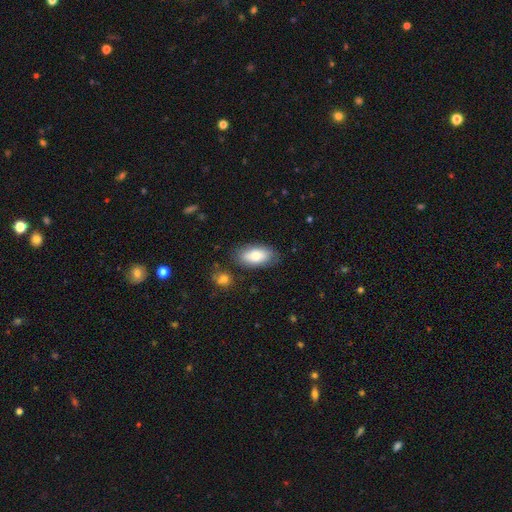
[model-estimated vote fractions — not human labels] Smooth or featured? Predicted: smooth (p=0.82). How rounded? Predicted: in between (p=0.91). Merging? Predicted: none (p=0.79).